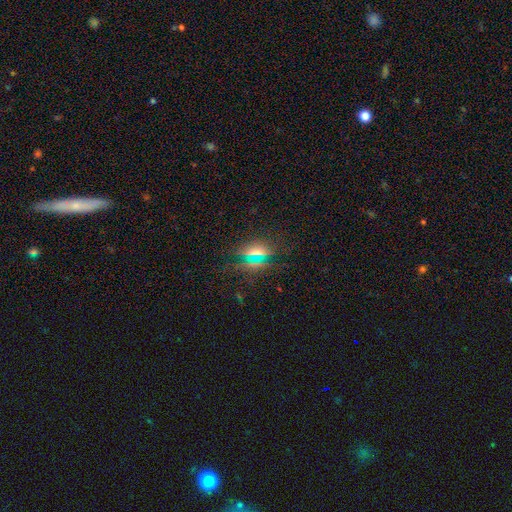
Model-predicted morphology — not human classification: smooth 52%, star or artifact 32%, featured or disk 16%. Down the decision tree: how rounded — in between (58%); merging — none (76%).